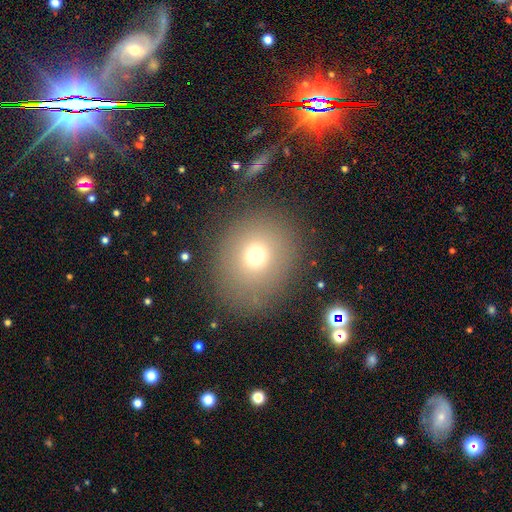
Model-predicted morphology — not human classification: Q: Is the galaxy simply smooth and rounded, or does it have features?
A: smooth — 70%.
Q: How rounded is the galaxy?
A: round — 72%.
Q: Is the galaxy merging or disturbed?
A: none — 82%.